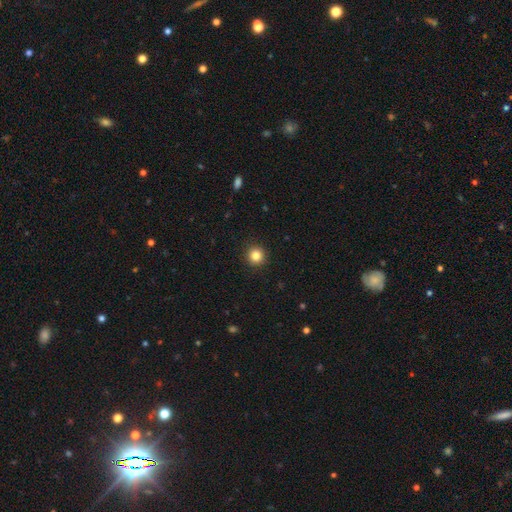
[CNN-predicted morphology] This appears to be a smooth galaxy with no disk features (84%) that is round (95%). Merging: none (92%).